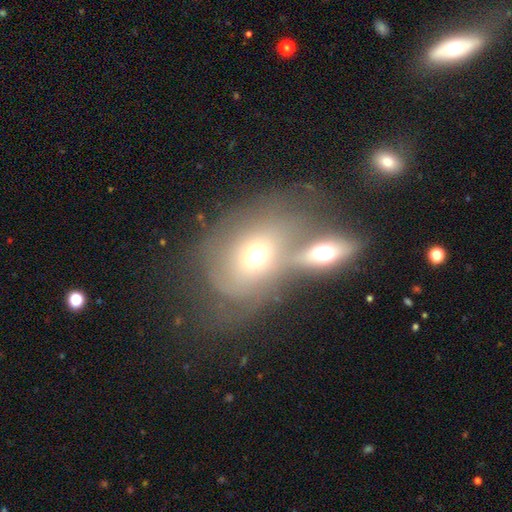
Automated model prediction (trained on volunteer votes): Morphology: type=smooth (52%); roundness=in between (55%); merging=merger (63%).